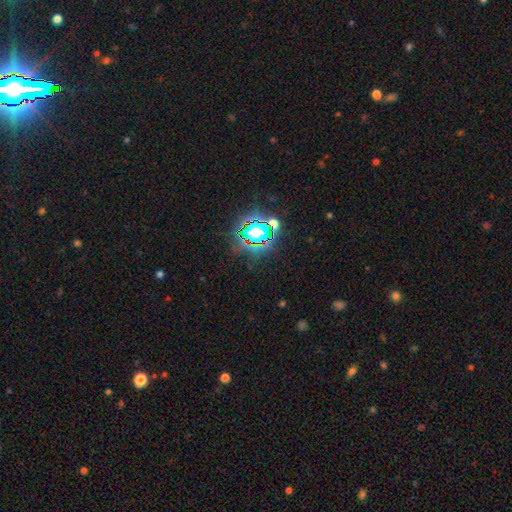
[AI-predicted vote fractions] This appears to be a star or artifact, not a galaxy (83%).